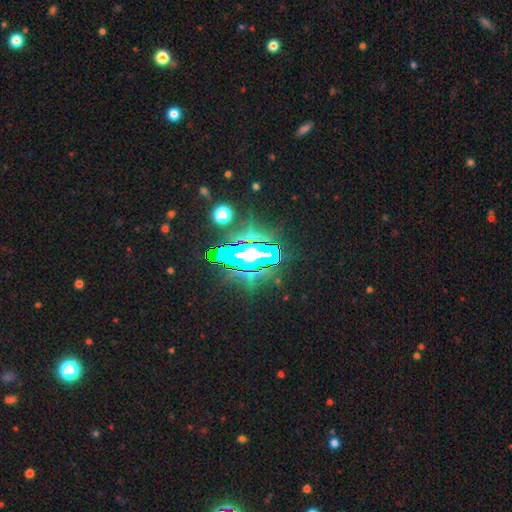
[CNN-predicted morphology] smooth_or_featured: star or artifact (p=0.67) [alt: smooth p=0.16]